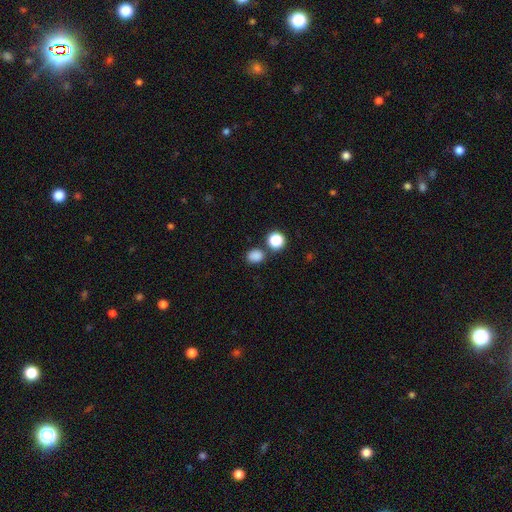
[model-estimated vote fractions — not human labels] Overall: smooth (82%). How rounded: round (58%; in between 41%). Merging: none (76%).